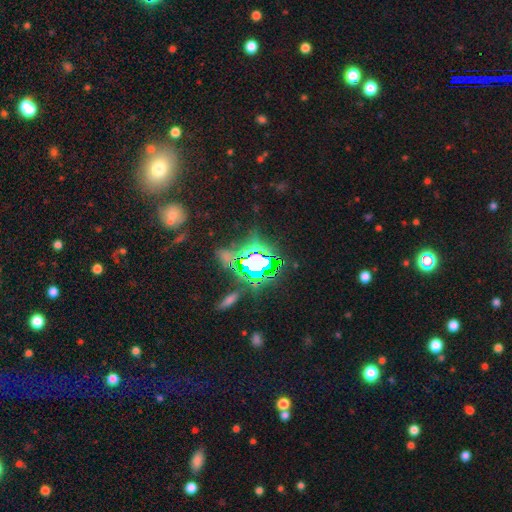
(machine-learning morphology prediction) smooth-or-featured: star or artifact: 71% | smooth: 17% | featured or disk: 12%